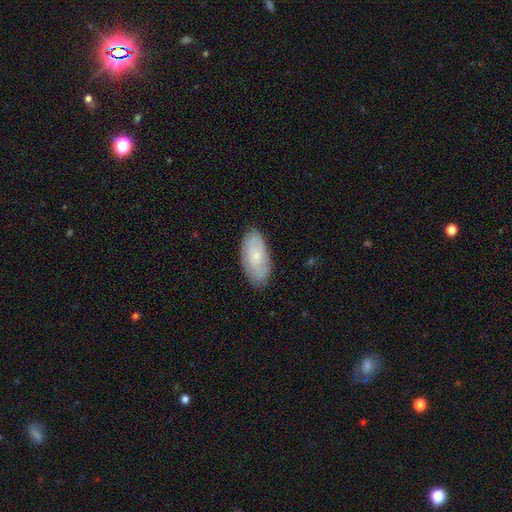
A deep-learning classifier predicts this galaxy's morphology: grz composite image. It shows a featured or disk galaxy (50%). Merging: none (83%).